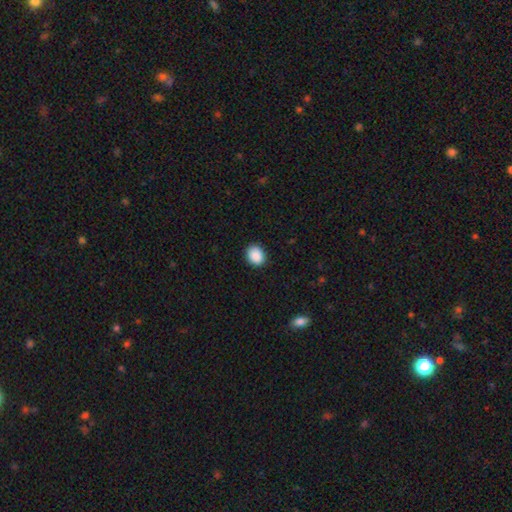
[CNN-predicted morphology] This appears to be a smooth galaxy with no disk features (89%) that is round (56%). Merging: none (89%).